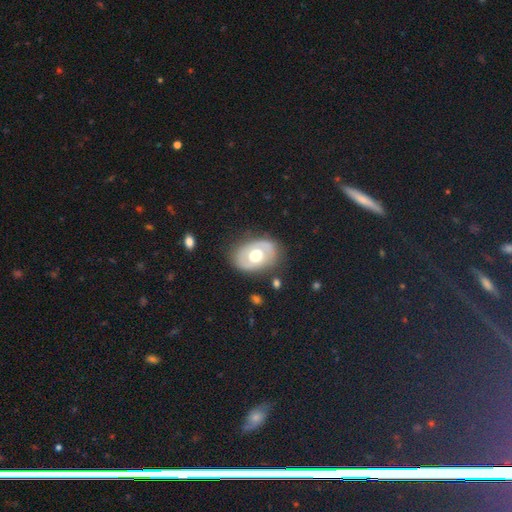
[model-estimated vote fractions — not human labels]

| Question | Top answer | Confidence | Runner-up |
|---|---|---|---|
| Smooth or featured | featured or disk | 55% | smooth (40%) |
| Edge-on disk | no | 93% | yes (7%) |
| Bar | no | 84% | weak (12%) |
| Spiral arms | no | 73% | yes (27%) |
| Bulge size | moderate | 55% | large (39%) |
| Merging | none | 79% | minor disturbance (14%) |